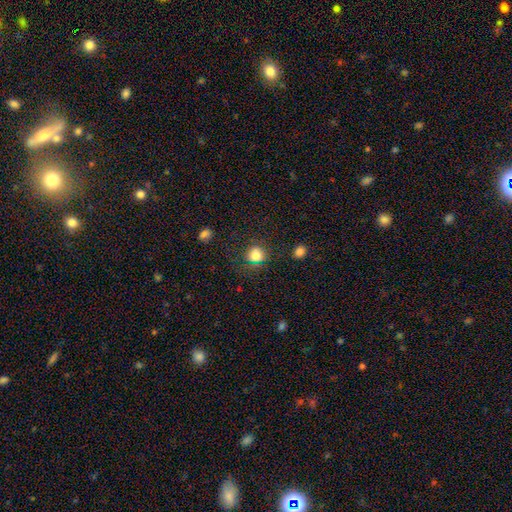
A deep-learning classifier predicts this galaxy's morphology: A smooth galaxy with no disk features (80%) that is round (84%). Merging: none (77%).